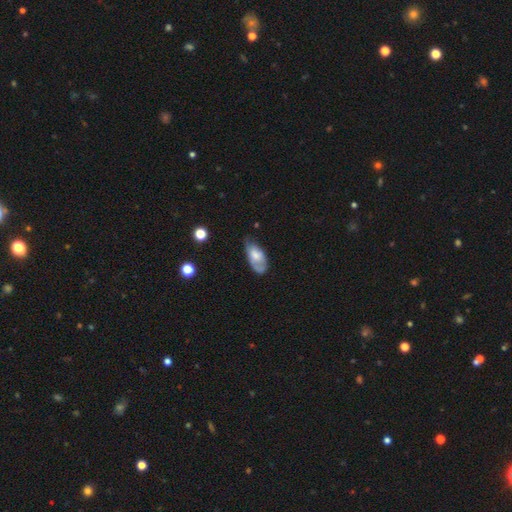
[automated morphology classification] smooth-or-featured: smooth: 58% | featured or disk: 35% | star or artifact: 7%
  how-rounded: in between: 90% | cigar-shaped: 6% | round: 3%
  merging: none: 46% | minor disturbance: 36% | major disturbance: 15% | merger: 3%